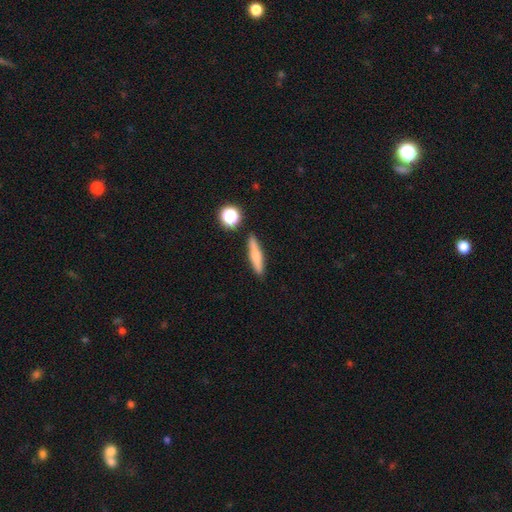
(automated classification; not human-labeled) Smooth or featured? smooth (68%)
How rounded? cigar-shaped (83%)
Merging? none (86%)